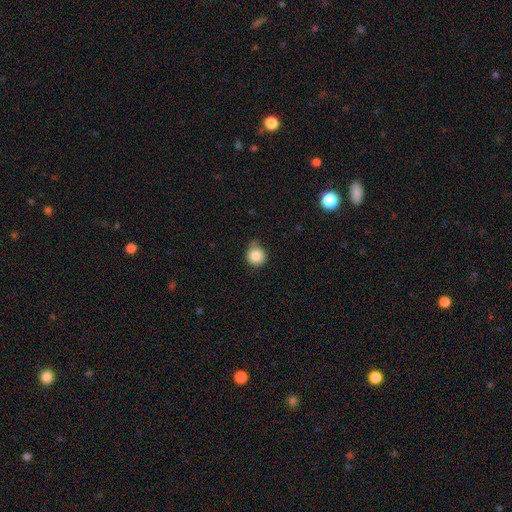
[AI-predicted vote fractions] Q: Smooth or featured?
A: smooth (86%); runner-up: star or artifact (10%)
Q: How rounded?
A: round (90%); runner-up: in between (9%)
Q: Merging?
A: none (64%); runner-up: minor disturbance (28%)